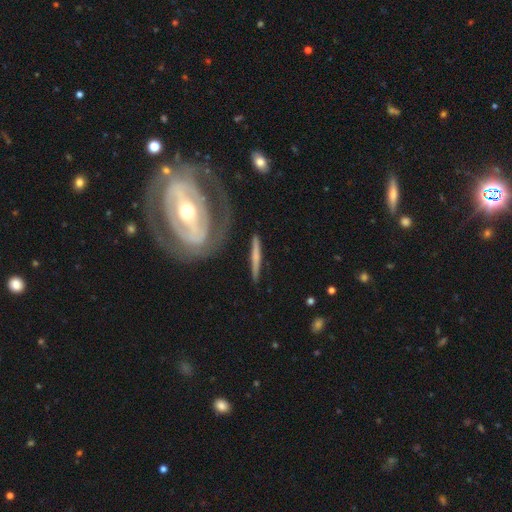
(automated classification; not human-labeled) Smooth or featured? Predicted: featured or disk (p=0.55). Edge-on disk? Predicted: yes (p=0.84). Merging? Predicted: none (p=0.80).